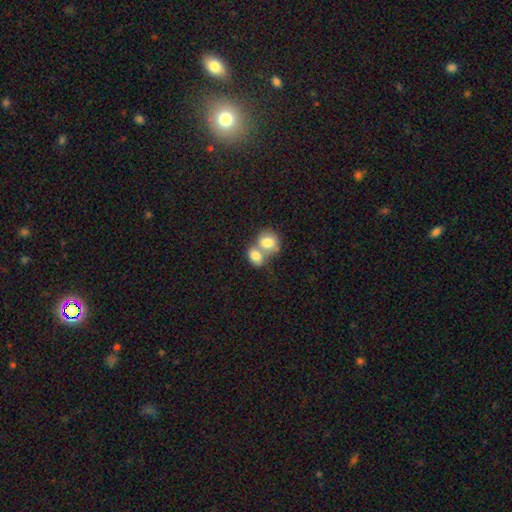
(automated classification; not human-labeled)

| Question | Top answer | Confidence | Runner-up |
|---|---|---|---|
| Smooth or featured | smooth | 79% | featured or disk (13%) |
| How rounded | in between | 57% | round (41%) |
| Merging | merger | 68% | none (22%) |